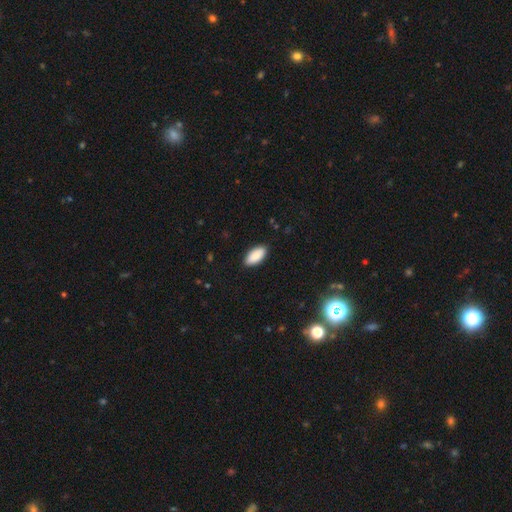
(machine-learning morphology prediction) Overall: smooth (89%). How rounded: in between (93%). Merging: none (88%).